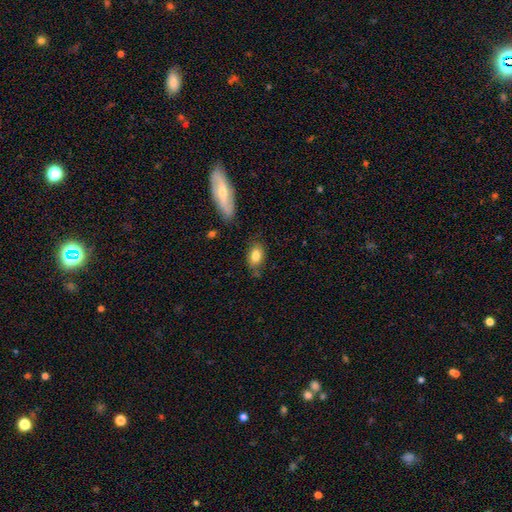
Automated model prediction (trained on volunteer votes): This appears to be a smooth galaxy with no disk features (80%) that is in between round and cigar-shaped (86%). Merging: none (70%).